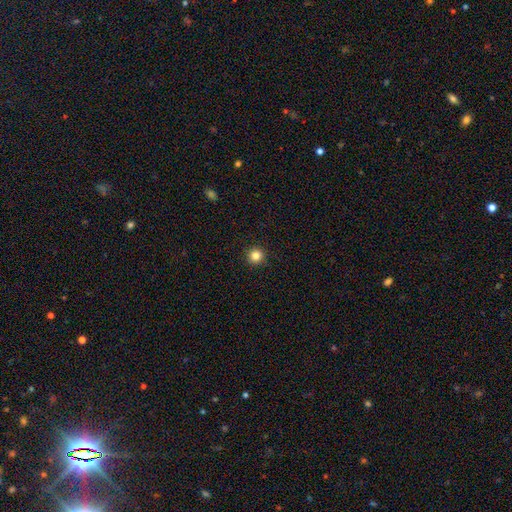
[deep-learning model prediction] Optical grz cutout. It shows a smooth galaxy with no disk features (84%) that is round (95%). Merging: none (93%).